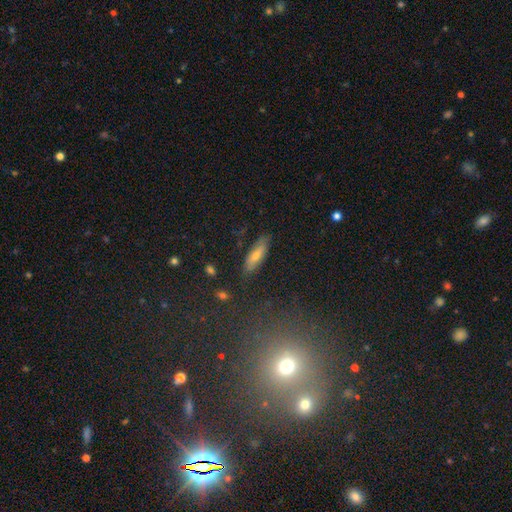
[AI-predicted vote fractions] A smooth galaxy with no disk features (56%) that is cigar-shaped (56%). Merging: none (84%).